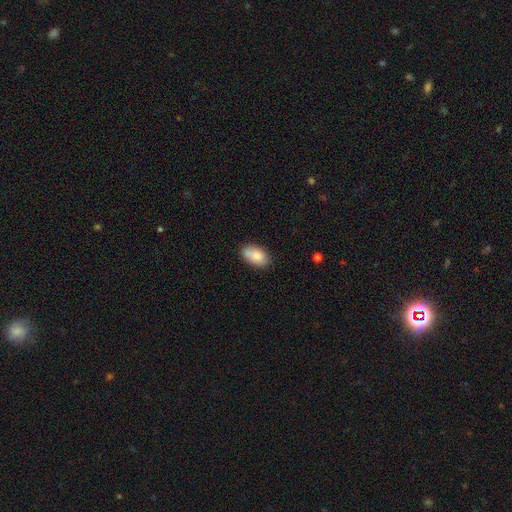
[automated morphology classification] A smooth galaxy with no disk features (84%) that is in between round and cigar-shaped (93%). Merging: none (74%).